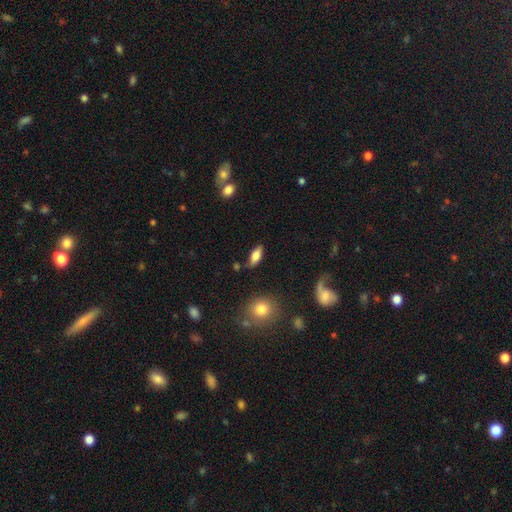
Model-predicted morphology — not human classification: This appears to be a smooth galaxy with no disk features (67%) that is in between round and cigar-shaped (78%). Merging: none (77%).